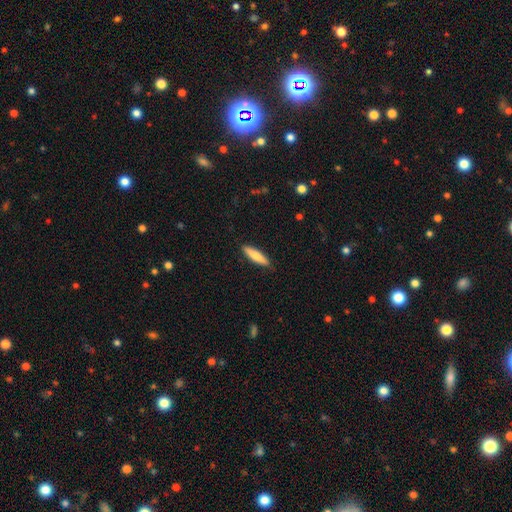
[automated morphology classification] Overall: smooth (74%). How rounded: cigar-shaped (78%). Merging: none (89%).